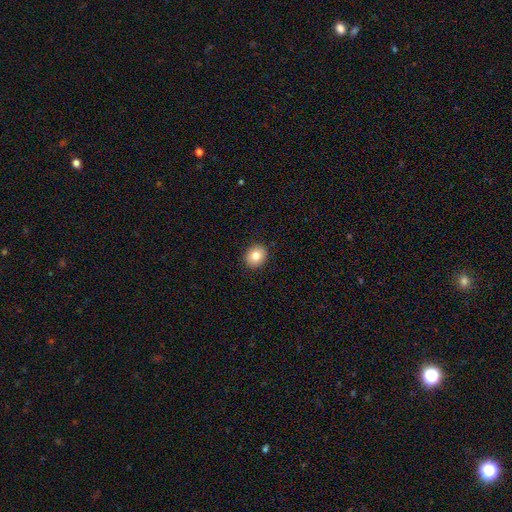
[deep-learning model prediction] smooth 81%, featured or disk 10%, star or artifact 9%. Down the decision tree: how rounded — round (68%); merging — none (91%).